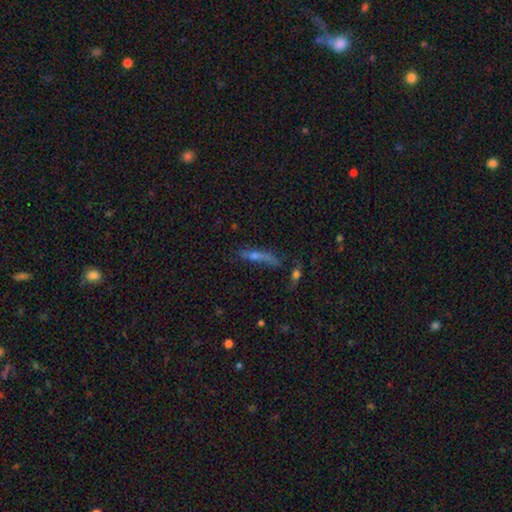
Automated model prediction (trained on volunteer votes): A featured or disk galaxy (47%). Merging: none (54%).